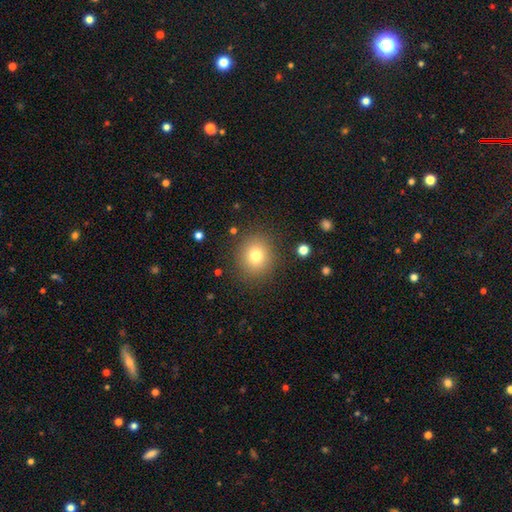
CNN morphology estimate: Smooth or featured?
  - smooth: 77% *
  - star or artifact: 13%
  - featured or disk: 10%
How rounded?
  - round: 84% *
  - in between: 15%
  - cigar-shaped: 1%
Merging?
  - none: 87% *
  - minor disturbance: 8%
  - major disturbance: 4%
  - merger: 2%